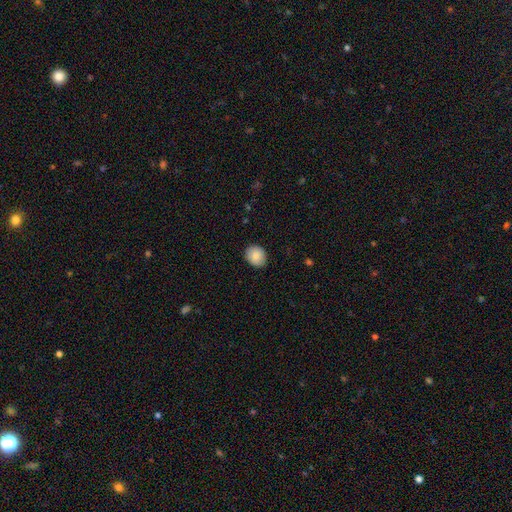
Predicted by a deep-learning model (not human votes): Overall: smooth (84%). How rounded: round (73%). Merging: none (89%).